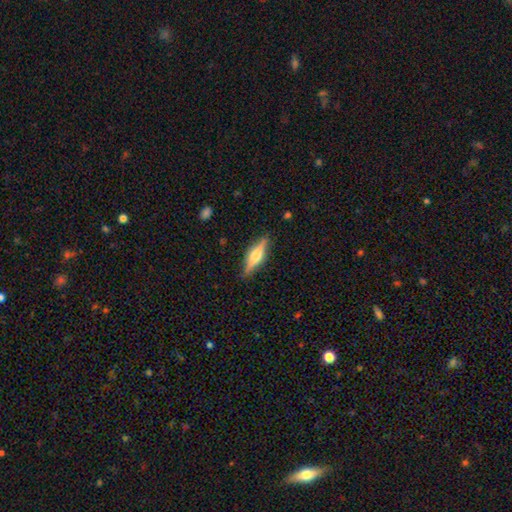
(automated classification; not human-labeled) Q: Smooth or featured?
A: featured or disk (63%); runner-up: smooth (31%)
Q: Edge-on disk?
A: yes (96%); runner-up: no (4%)
Q: Edge-on bulge?
A: rounded (90%); runner-up: boxy (7%)
Q: Merging?
A: none (88%); runner-up: minor disturbance (9%)